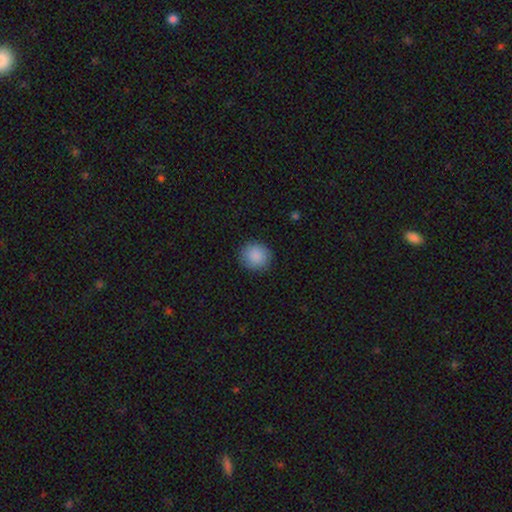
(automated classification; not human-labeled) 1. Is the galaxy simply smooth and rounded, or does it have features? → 89% smooth, 7% star or artifact, 3% featured or disk.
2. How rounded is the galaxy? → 85% round, 14% in between, 1% cigar-shaped.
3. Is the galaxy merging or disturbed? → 89% none, 8% minor disturbance, 2% major disturbance, 1% merger.